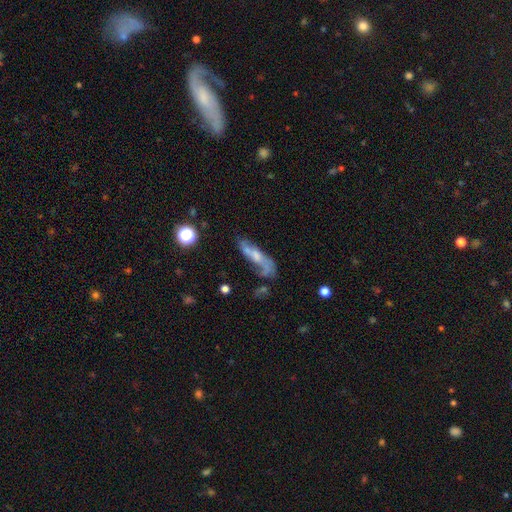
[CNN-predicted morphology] Smooth or featured: featured or disk — 58% (smooth — 31%)
Edge-on disk: no — 72% (yes — 28%)
Merging: none — 36% (major disturbance — 26%)